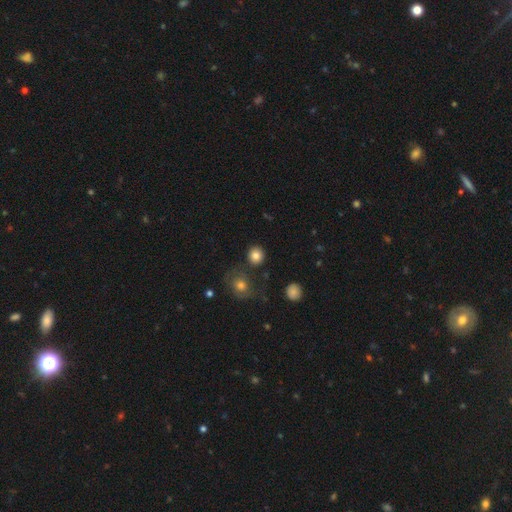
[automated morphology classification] smooth 83%, star or artifact 11%, featured or disk 6%. Down the decision tree: how rounded — round (87%); merging — none (84%).